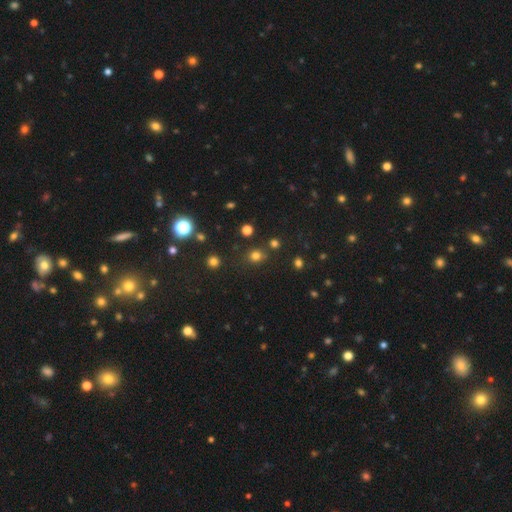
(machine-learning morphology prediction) Smooth or featured?
  - smooth: 73% *
  - star or artifact: 21%
  - featured or disk: 6%
How rounded?
  - round: 80% *
  - in between: 19%
  - cigar-shaped: 1%
Merging?
  - none: 80% *
  - minor disturbance: 10%
  - merger: 6%
  - major disturbance: 4%